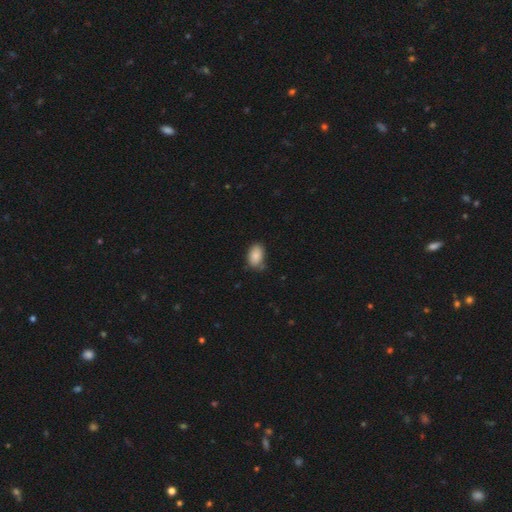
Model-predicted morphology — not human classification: This appears to be a smooth galaxy with no disk features (88%) that is in between round and cigar-shaped (91%). Merging: none (71%).